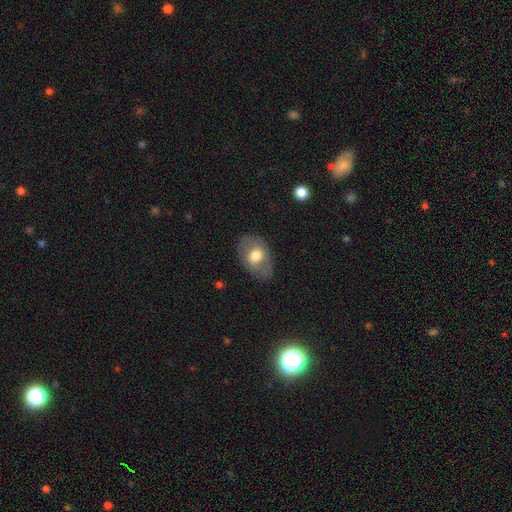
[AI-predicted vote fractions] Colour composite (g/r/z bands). It shows a smooth galaxy with no disk features (63%) that is in between round and cigar-shaped (83%). Merging: none (77%).